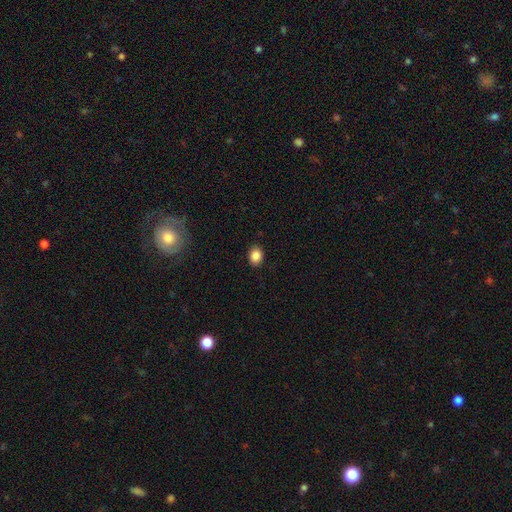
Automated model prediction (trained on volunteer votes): smooth-or-featured: smooth: 87% | star or artifact: 9% | featured or disk: 4%
  how-rounded: in between: 55% | round: 44% | cigar-shaped: 1%
  merging: none: 90% | minor disturbance: 7% | major disturbance: 2% | merger: 1%